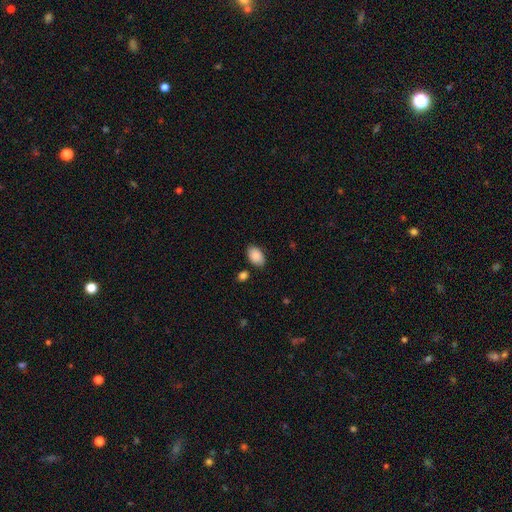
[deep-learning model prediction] Smooth or featured?
  - smooth: 89% *
  - star or artifact: 7%
  - featured or disk: 4%
How rounded?
  - in between: 89% *
  - round: 10%
  - cigar-shaped: 1%
Merging?
  - none: 81% *
  - minor disturbance: 13%
  - merger: 3%
  - major disturbance: 3%